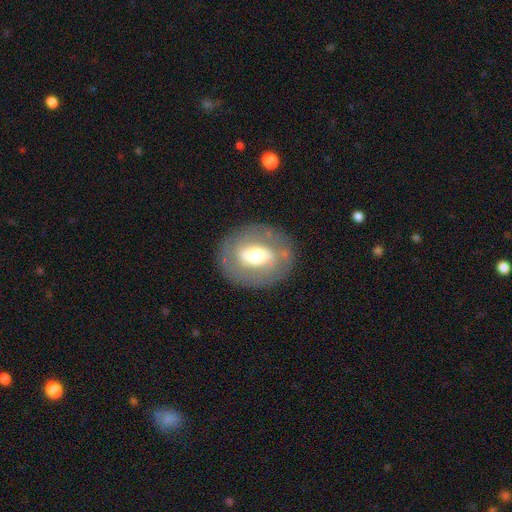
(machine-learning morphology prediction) A featured or disk galaxy (62%) with a weak bar (38%), spiral arms (54%) and a moderate central bulge (63%).

Vote fractions:
- Smooth or featured? featured or disk: 62% / smooth: 30% / star or artifact: 8%
- Edge-on disk? no: 93% / yes: 7%
- Bar? weak: 38% / strong: 34% / no: 28%
- Spiral arms? yes: 54% / no: 46%
- Bulge size? moderate: 63% / large: 18% / small: 16% / dominant: 3% / none: 1%
- Merging? none: 81% / minor disturbance: 11% / major disturbance: 6% / merger: 1%